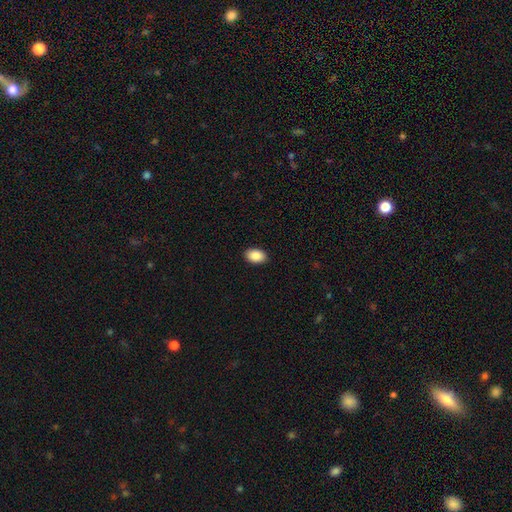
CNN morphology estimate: type=smooth (89%); roundness=in between (89%); merging=none (90%).